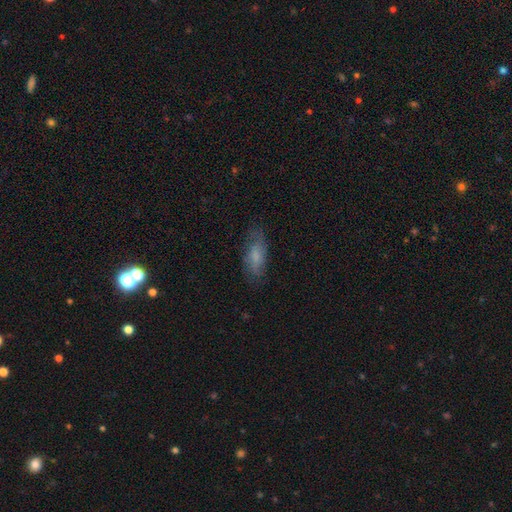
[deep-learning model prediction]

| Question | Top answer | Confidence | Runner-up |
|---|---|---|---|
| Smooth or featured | smooth | 65% | featured or disk (27%) |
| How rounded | in between | 74% | cigar-shaped (24%) |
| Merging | none | 69% | minor disturbance (22%) |